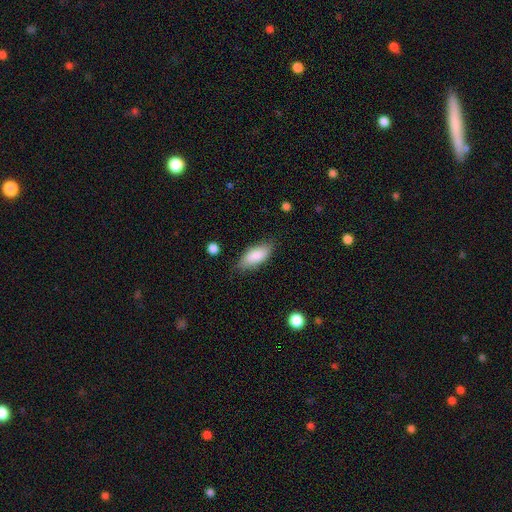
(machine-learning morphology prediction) Smooth or featured? Predicted: smooth (p=0.85). How rounded? Predicted: in between (p=0.84). Merging? Predicted: none (p=0.78).